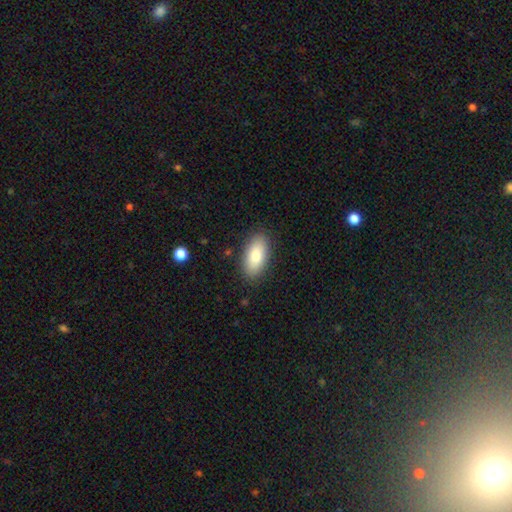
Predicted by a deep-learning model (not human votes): The model was most divided on "smooth or featured": smooth: 83%, featured or disk: 11%, star or artifact: 6%. More confident: how rounded — in between (92%); merging — none (86%).